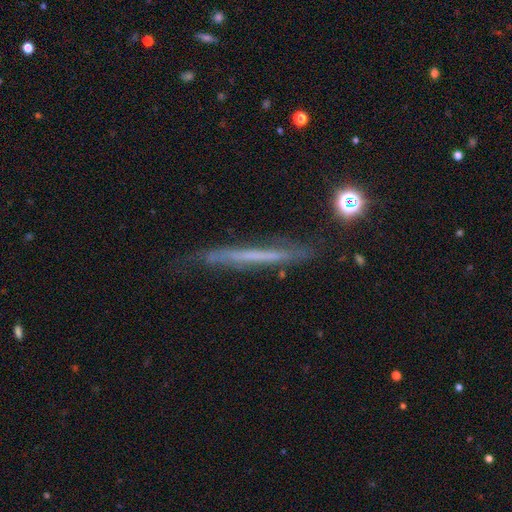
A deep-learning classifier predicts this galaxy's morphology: smooth-or-featured: featured or disk: 55% | smooth: 36% | star or artifact: 9%
  disk-edge-on: yes: 89% | no: 11%
  merging: none: 73% | minor disturbance: 20% | major disturbance: 5% | merger: 2%